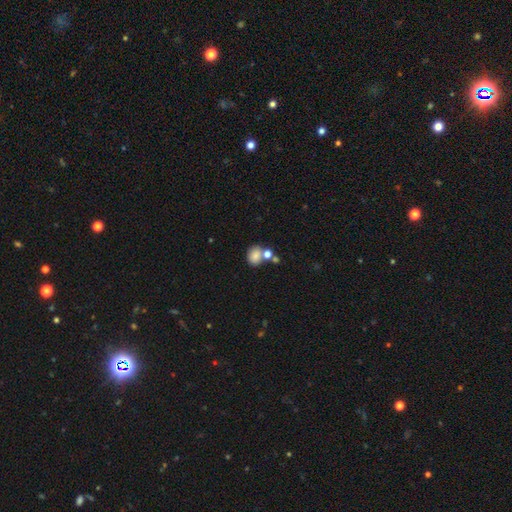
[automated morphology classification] The model was most divided on "how rounded": round: 54%, in between: 45%, cigar-shaped: 1%. Remaining: smooth or featured — smooth (79%); merging — none (50%).